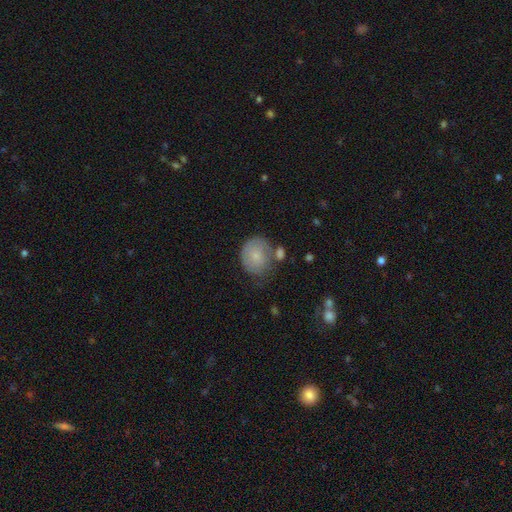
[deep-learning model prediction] A smooth galaxy with no disk features (69%) that is round (63%).

Vote fractions:
- Smooth or featured? smooth: 69% / featured or disk: 24% / star or artifact: 7%
- How rounded? round: 63% / in between: 36% / cigar-shaped: 1%
- Merging? none: 50% / minor disturbance: 28% / major disturbance: 11% / merger: 11%